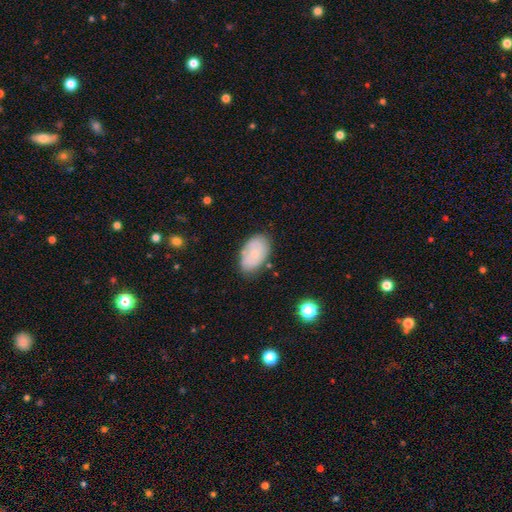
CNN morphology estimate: A smooth galaxy with no disk features (66%) that is in between round and cigar-shaped (92%).

Vote fractions:
- Smooth or featured? smooth: 66% / featured or disk: 27% / star or artifact: 7%
- How rounded? in between: 92% / round: 7% / cigar-shaped: 1%
- Merging? none: 72% / minor disturbance: 20% / major disturbance: 5% / merger: 3%